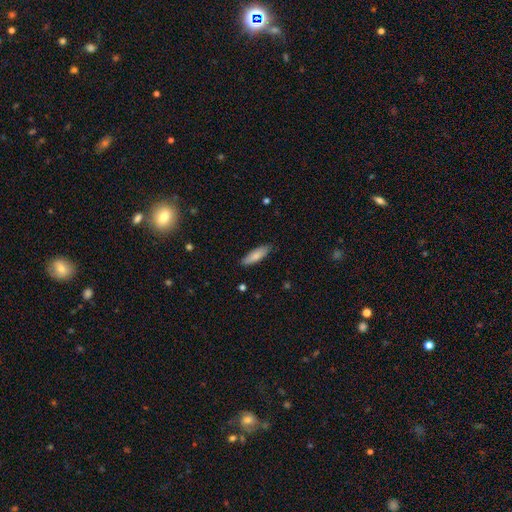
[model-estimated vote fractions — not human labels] A smooth galaxy with no disk features (82%) that is cigar-shaped (55%). Merging: none (85%).